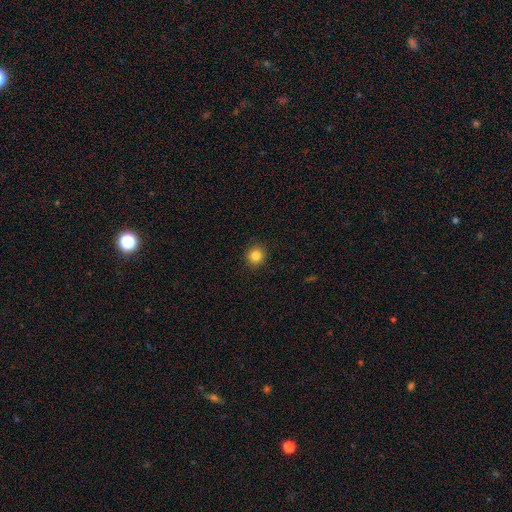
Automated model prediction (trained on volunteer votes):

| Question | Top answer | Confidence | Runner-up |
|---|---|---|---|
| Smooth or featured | smooth | 83% | star or artifact (11%) |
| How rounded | round | 92% | in between (8%) |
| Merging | none | 92% | minor disturbance (5%) |